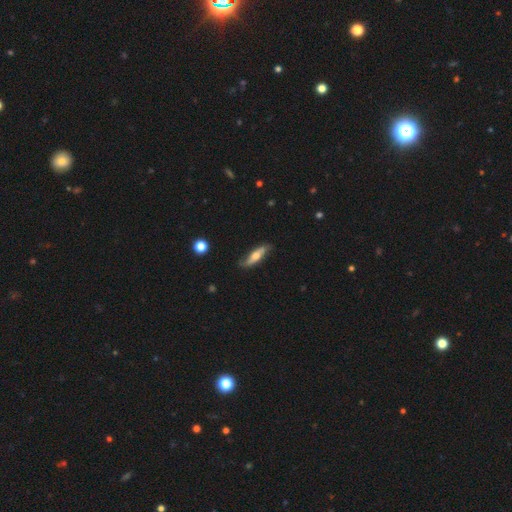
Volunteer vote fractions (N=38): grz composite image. It shows a smooth galaxy with no disk features (50%, tied with featured or disk) that is in between round and cigar-shaped (74%). Merging: none (74%).